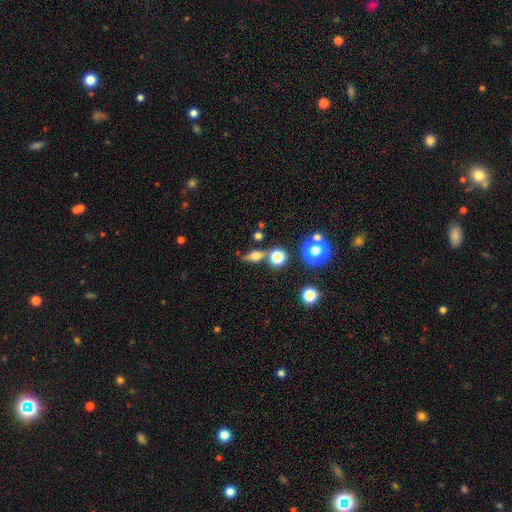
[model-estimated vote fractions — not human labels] smooth_or_featured: smooth (p=0.57) [alt: featured or disk p=0.26]
how_rounded: in between (p=0.44) [alt: round p=0.38]
merging: none (p=0.66) [alt: merger p=0.16]